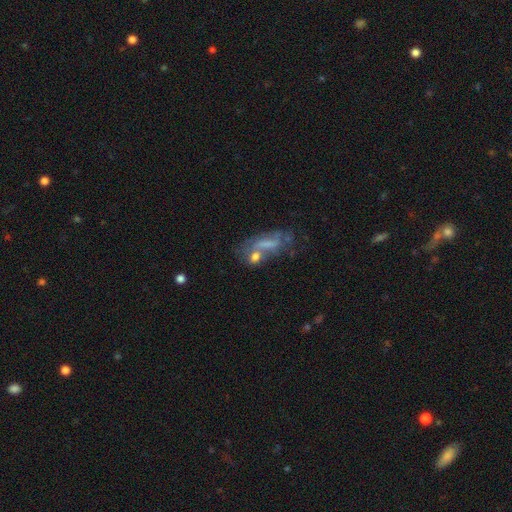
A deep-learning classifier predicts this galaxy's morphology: smooth-or-featured: smooth: 48% | featured or disk: 38% | star or artifact: 14%
  merging: none: 31% | merger: 30% | major disturbance: 20% | minor disturbance: 19%